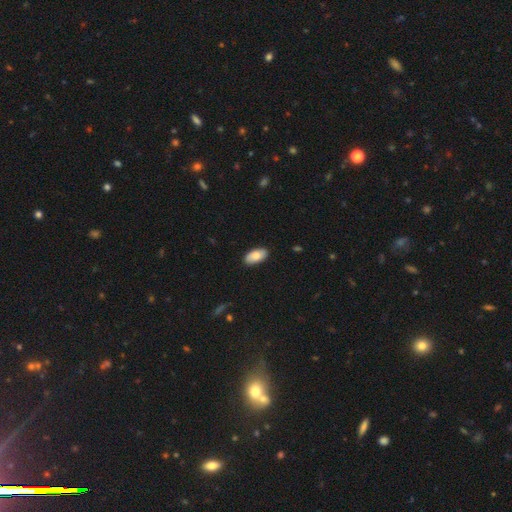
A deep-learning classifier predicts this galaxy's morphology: smooth-or-featured: smooth: 81% | featured or disk: 13% | star or artifact: 6%
  how-rounded: in between: 94% | cigar-shaped: 3% | round: 3%
  merging: none: 88% | minor disturbance: 9% | major disturbance: 2% | merger: 1%